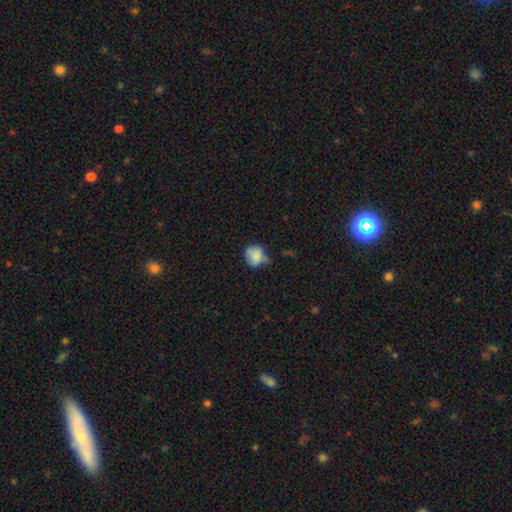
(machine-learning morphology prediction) Smooth or featured?
  - smooth: 78% *
  - featured or disk: 13%
  - star or artifact: 8%
How rounded?
  - round: 76% *
  - in between: 23%
  - cigar-shaped: 1%
Merging?
  - none: 45% *
  - minor disturbance: 38%
  - major disturbance: 12%
  - merger: 4%